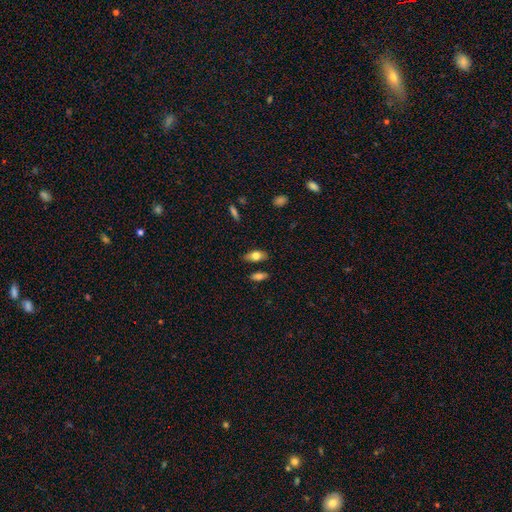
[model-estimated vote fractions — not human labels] smooth_or_featured: smooth (p=0.73) [alt: featured or disk p=0.20]
how_rounded: in between (p=0.87) [alt: cigar-shaped p=0.09]
merging: none (p=0.79) [alt: minor disturbance p=0.13]